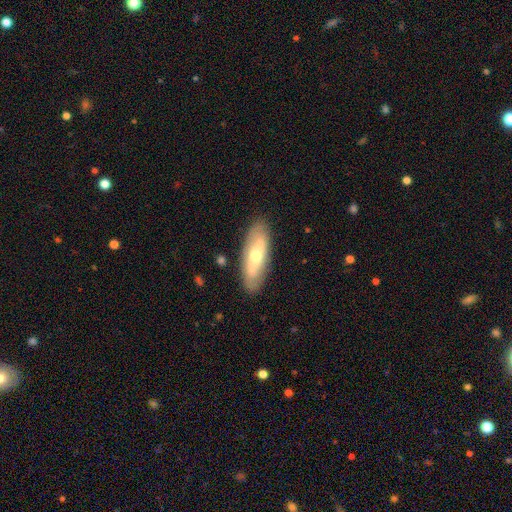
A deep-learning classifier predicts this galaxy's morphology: This appears to be a smooth galaxy with no disk features (48%). Merging: none (85%).